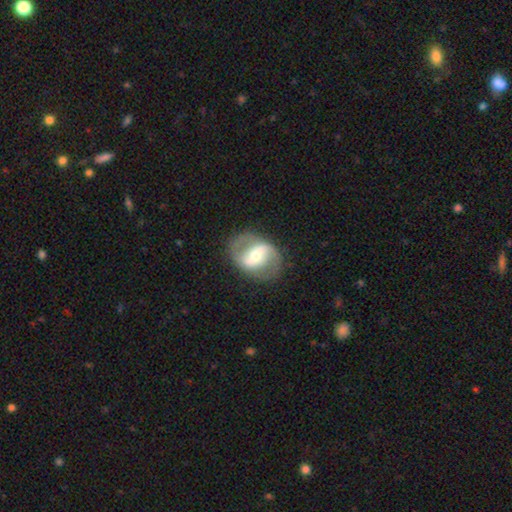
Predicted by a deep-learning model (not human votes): A featured or disk galaxy (79%) with a strong bar (40%), 2 (88%) medium (48%) spiral arms (83%) and a moderate central bulge (57%). Merging: none (78%).